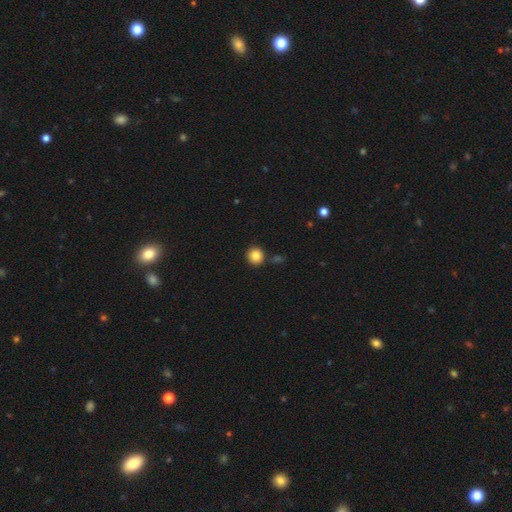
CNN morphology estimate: Smooth or featured? Predicted: smooth (p=0.86). How rounded? Predicted: round (p=0.91). Merging? Predicted: none (p=0.85).